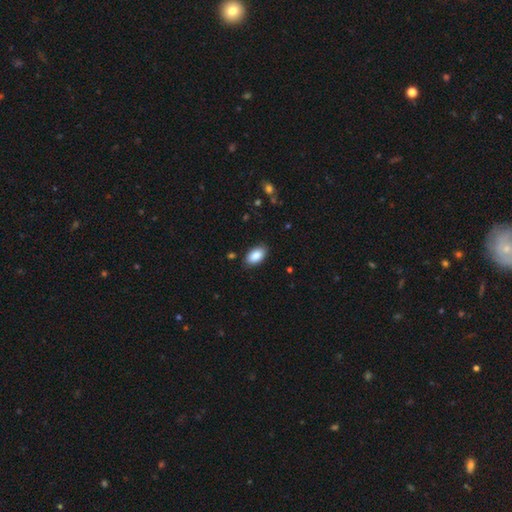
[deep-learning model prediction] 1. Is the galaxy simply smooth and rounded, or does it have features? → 89% smooth, 6% star or artifact, 5% featured or disk.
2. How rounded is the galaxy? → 94% in between, 4% round, 2% cigar-shaped.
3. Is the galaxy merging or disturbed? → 85% none, 11% minor disturbance, 2% major disturbance, 1% merger.